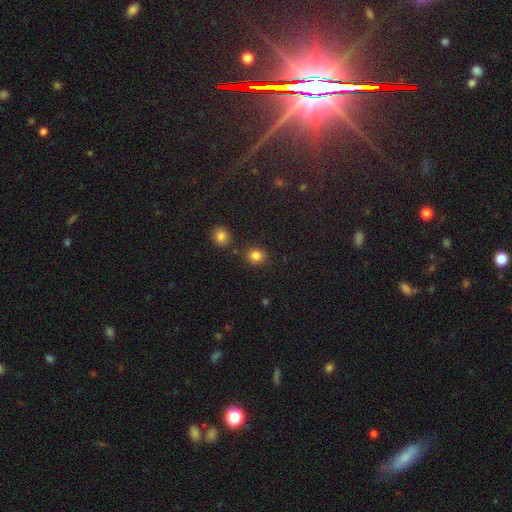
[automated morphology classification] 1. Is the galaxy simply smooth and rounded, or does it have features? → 83% smooth, 12% star or artifact, 5% featured or disk.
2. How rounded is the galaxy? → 77% round, 22% in between, 1% cigar-shaped.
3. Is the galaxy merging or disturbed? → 80% none, 10% minor disturbance, 6% merger, 3% major disturbance.